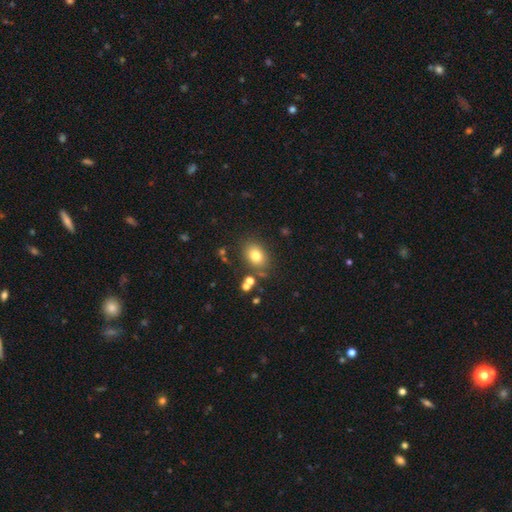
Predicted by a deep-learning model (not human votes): Morphology: type=smooth (77%); roundness=in between (61%); merging=none (79%).